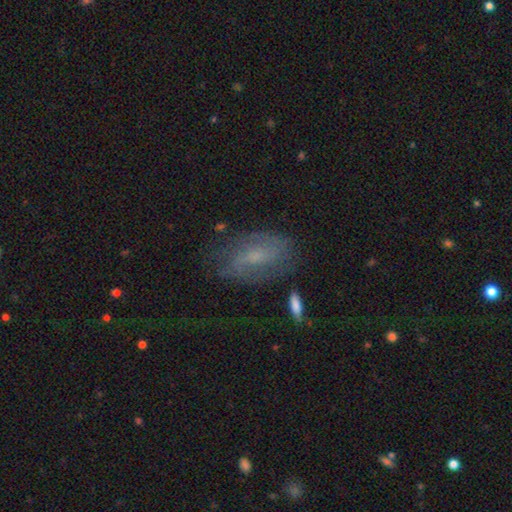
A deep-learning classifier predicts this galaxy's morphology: smooth-or-featured: featured or disk: 50% | smooth: 36% | star or artifact: 14%
  merging: none: 68% | minor disturbance: 20% | major disturbance: 9% | merger: 3%